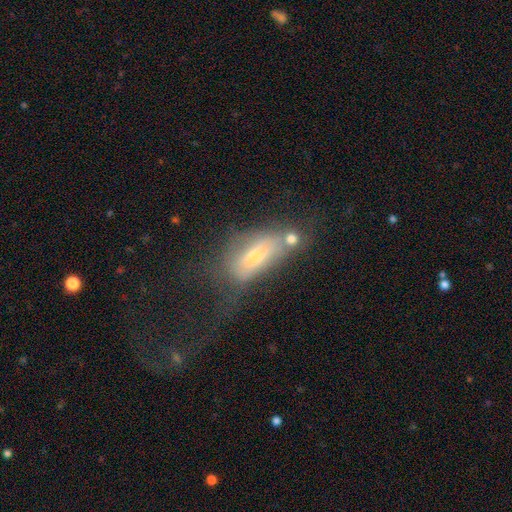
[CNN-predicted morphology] This is possibly a smooth galaxy (54%). How rounded: likely in between (77%). Merging: marginally major disturbance (33%).